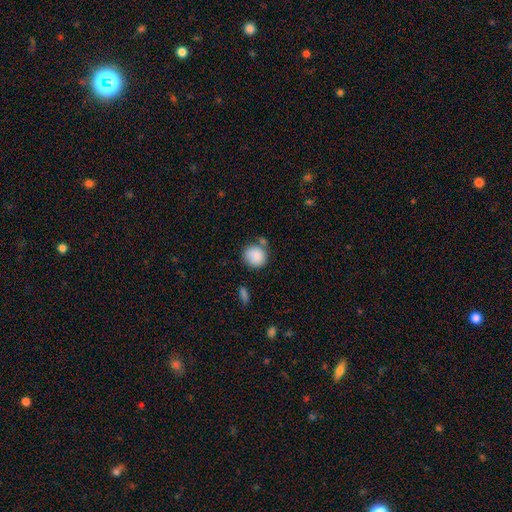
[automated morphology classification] Smooth or featured? smooth (86%)
How rounded? round (85%)
Merging? none (68%)